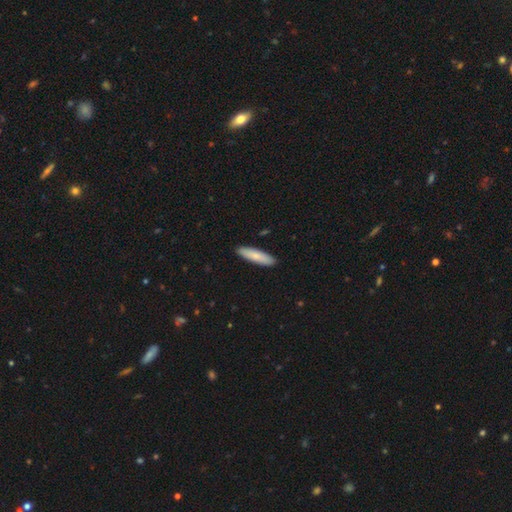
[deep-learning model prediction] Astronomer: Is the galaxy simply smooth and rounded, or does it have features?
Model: smooth — 82%.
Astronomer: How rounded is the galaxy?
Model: cigar-shaped — 73%.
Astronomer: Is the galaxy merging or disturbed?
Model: none — 91%.